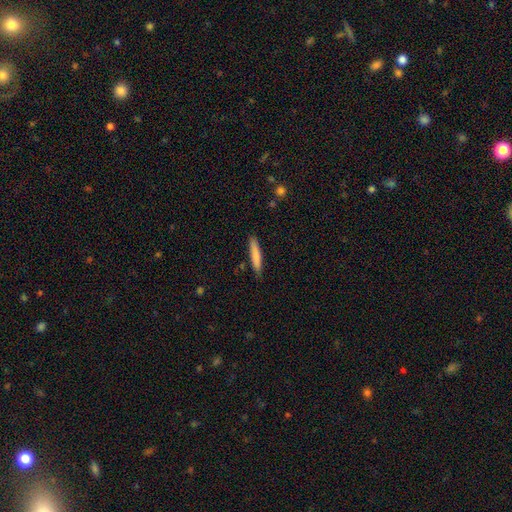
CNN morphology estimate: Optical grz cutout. It shows a smooth galaxy with no disk features (81%) that is cigar-shaped (90%). Merging: none (84%).